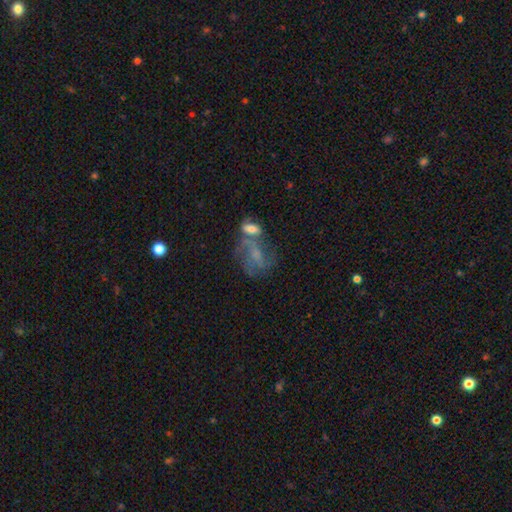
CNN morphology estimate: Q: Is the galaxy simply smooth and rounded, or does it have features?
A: featured or disk — 54%.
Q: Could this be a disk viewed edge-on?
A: no — 96%.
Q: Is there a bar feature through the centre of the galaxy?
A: no — 56%.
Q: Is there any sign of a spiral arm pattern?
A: yes — 64%.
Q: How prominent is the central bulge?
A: none — 41%.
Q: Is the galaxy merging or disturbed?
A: merger — 32%.